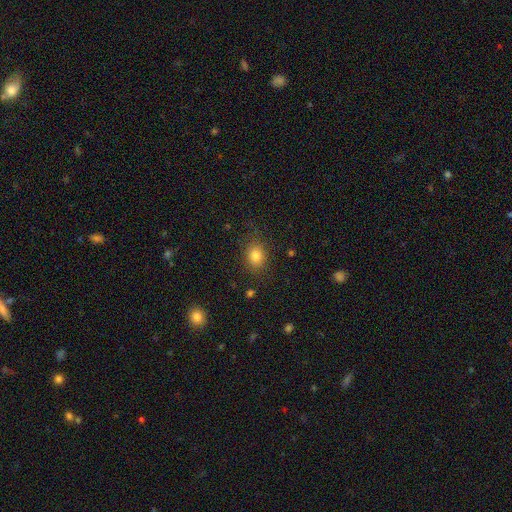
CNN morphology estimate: Smooth or featured: smooth — 81% (star or artifact — 12%)
How rounded: round — 51% (in between — 48%)
Merging: none — 83% (minor disturbance — 12%)